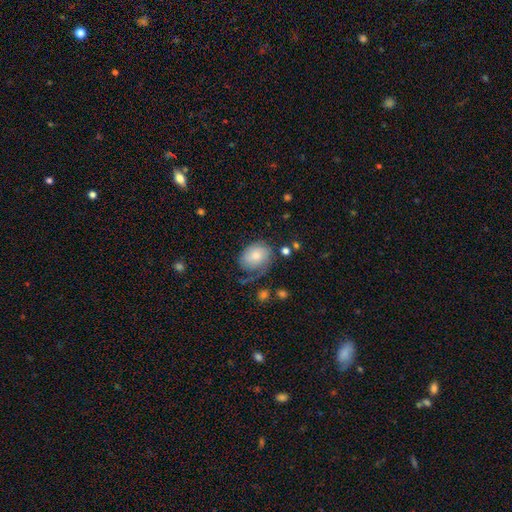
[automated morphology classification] Smooth or featured? smooth (65%)
How rounded? in between (60%)
Merging? none (45%)